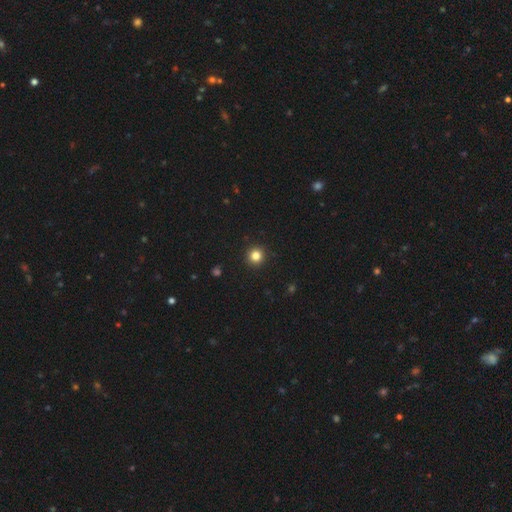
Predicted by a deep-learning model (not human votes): smooth 83%, star or artifact 13%, featured or disk 5%. Down the decision tree: how rounded — round (95%); merging — none (93%).